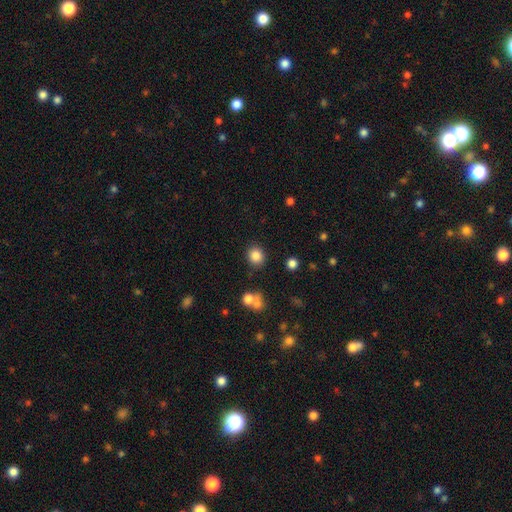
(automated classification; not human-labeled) smooth-or-featured: smooth: 84% | star or artifact: 11% | featured or disk: 5%
  how-rounded: round: 79% | in between: 20% | cigar-shaped: 1%
  merging: none: 84% | minor disturbance: 9% | merger: 4% | major disturbance: 3%